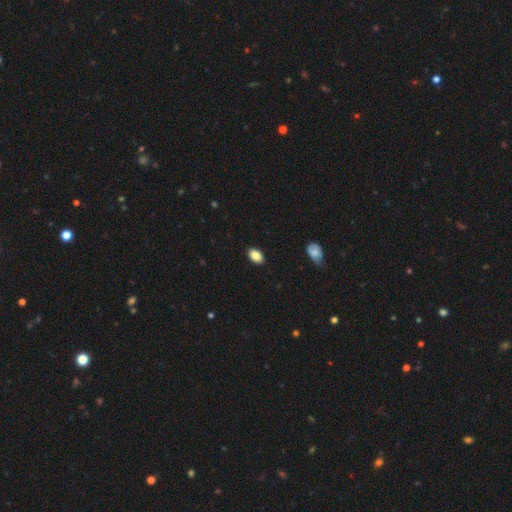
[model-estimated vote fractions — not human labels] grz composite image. It shows a smooth galaxy with no disk features (88%) that is in between round and cigar-shaped (88%). Merging: none (87%).